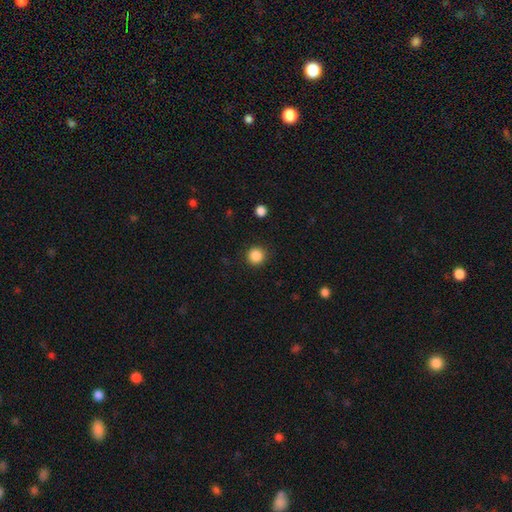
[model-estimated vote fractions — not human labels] Smooth or featured?
  - smooth: 86% *
  - star or artifact: 11%
  - featured or disk: 3%
How rounded?
  - round: 95% *
  - in between: 5%
  - cigar-shaped: 1%
Merging?
  - none: 91% *
  - minor disturbance: 6%
  - major disturbance: 2%
  - merger: 1%